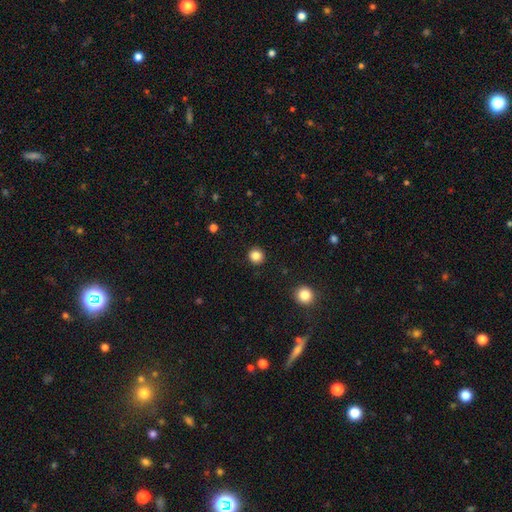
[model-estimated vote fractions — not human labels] This is clearly a smooth galaxy (85%). How rounded: clearly round (92%). Merging: clearly none (91%).